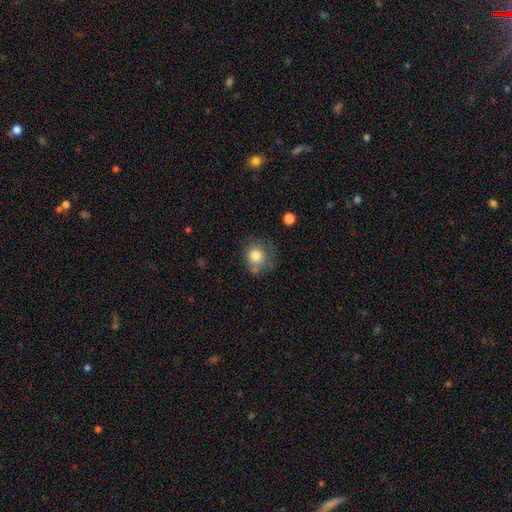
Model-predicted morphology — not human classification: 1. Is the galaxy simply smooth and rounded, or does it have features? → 78% smooth, 13% featured or disk, 9% star or artifact.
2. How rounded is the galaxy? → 81% round, 18% in between, 1% cigar-shaped.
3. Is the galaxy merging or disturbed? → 57% none, 25% minor disturbance, 11% major disturbance, 7% merger.